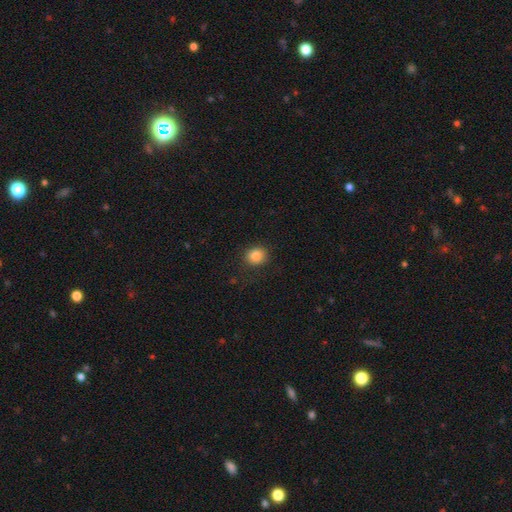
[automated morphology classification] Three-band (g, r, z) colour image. It shows a smooth galaxy with no disk features (85%) that is round (75%). Merging: none (84%).